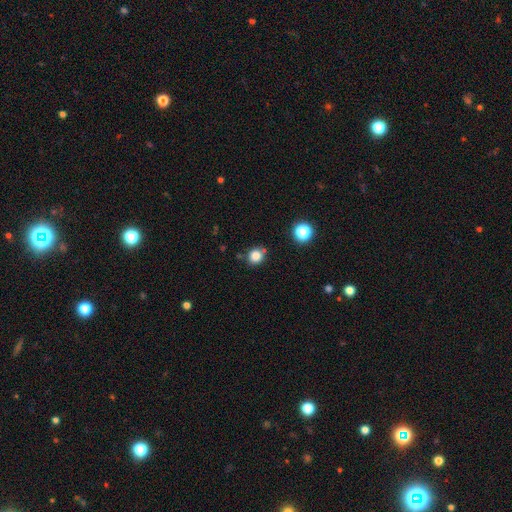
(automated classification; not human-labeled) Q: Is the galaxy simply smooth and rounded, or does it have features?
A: smooth — 82%.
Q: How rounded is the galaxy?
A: round — 77%.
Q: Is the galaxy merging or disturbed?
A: none — 77%.